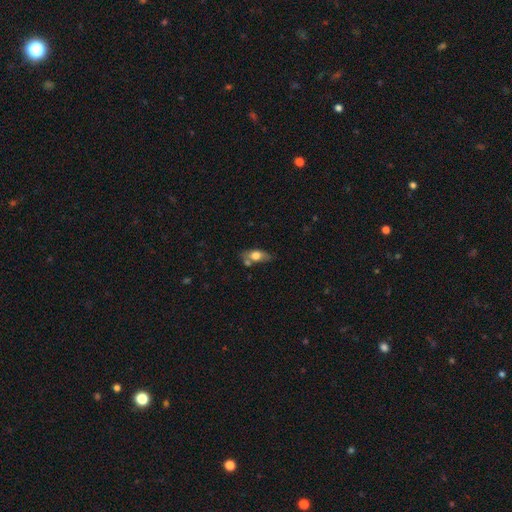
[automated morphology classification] smooth-or-featured: smooth: 64% | featured or disk: 29% | star or artifact: 8%
  how-rounded: in between: 78% | cigar-shaped: 13% | round: 9%
  merging: none: 51% | minor disturbance: 24% | merger: 18% | major disturbance: 8%